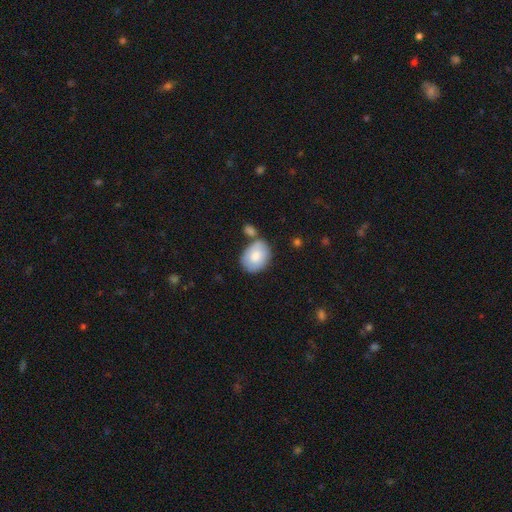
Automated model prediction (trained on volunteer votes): Smooth or featured? Predicted: smooth (p=0.78). How rounded? Predicted: in between (p=0.68). Merging? Predicted: none (p=0.57).